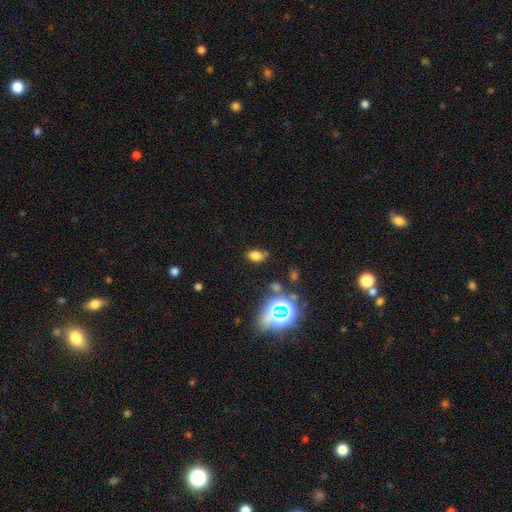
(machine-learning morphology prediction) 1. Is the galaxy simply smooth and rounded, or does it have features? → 68% smooth, 24% star or artifact, 8% featured or disk.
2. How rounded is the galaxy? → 84% in between, 14% round, 2% cigar-shaped.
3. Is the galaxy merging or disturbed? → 70% none, 19% minor disturbance, 6% major disturbance, 5% merger.